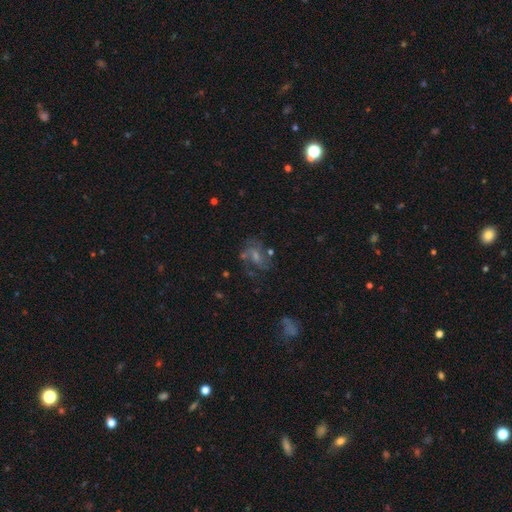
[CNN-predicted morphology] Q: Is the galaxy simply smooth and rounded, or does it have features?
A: featured or disk — 59%.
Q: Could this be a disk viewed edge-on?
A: no — 96%.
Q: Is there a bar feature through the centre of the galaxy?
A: weak — 44%.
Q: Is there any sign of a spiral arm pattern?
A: yes — 79%.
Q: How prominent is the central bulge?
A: small — 44%.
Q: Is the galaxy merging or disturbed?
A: none — 58%.